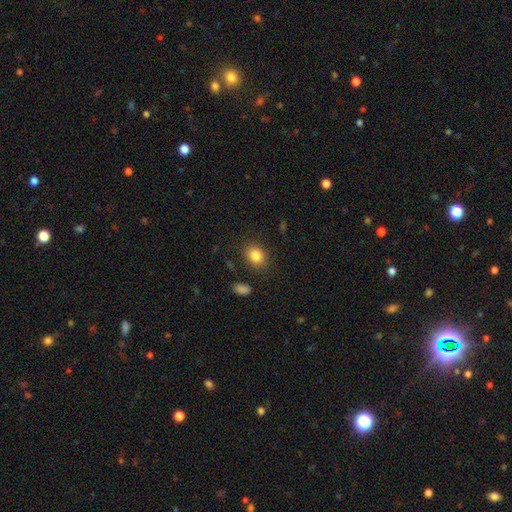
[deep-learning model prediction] Q: Smooth or featured?
A: smooth (84%); runner-up: star or artifact (10%)
Q: How rounded?
A: round (53%); runner-up: in between (46%)
Q: Merging?
A: none (84%); runner-up: minor disturbance (11%)